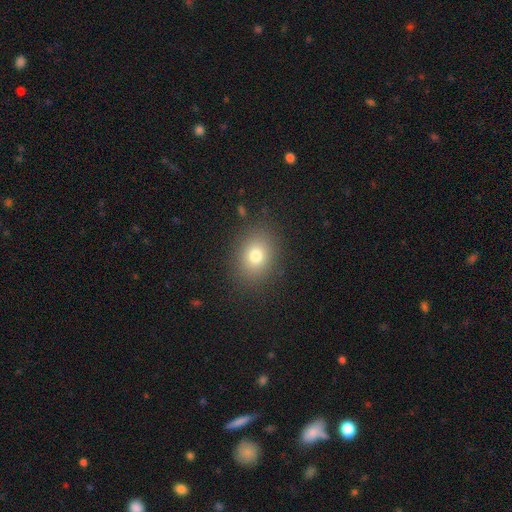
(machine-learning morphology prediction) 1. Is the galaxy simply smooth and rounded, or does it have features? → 77% smooth, 13% star or artifact, 10% featured or disk.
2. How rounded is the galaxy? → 50% round, 49% in between, 1% cigar-shaped.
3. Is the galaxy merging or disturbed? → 86% none, 9% minor disturbance, 4% major disturbance, 1% merger.